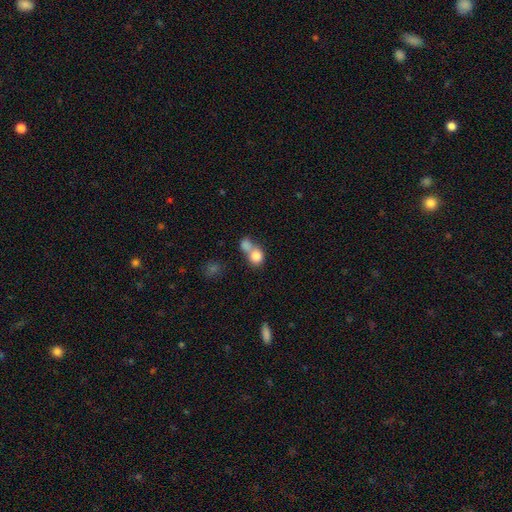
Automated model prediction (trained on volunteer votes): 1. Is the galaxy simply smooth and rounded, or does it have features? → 80% smooth, 10% featured or disk, 10% star or artifact.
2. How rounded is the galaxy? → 74% round, 24% in between, 1% cigar-shaped.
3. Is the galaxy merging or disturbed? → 56% merger, 33% none, 7% minor disturbance, 4% major disturbance.